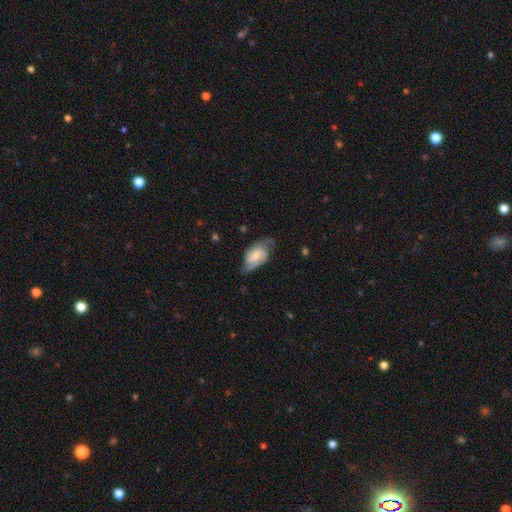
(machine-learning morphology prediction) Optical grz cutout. It shows a featured or disk galaxy (62%) with no bar (46%), 2 (79%) medium (47%) spiral arms (91%) and a moderate central bulge (41%). Merging: none (61%).